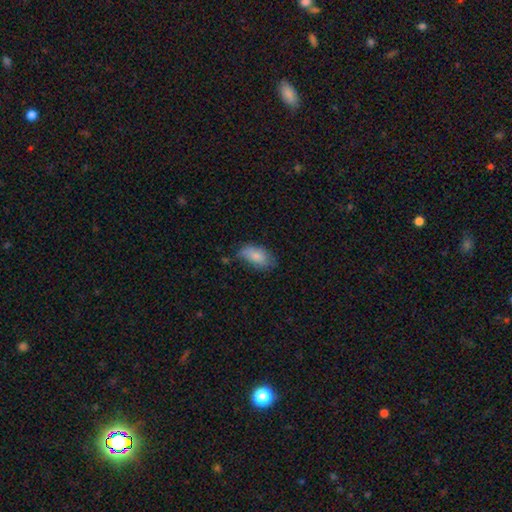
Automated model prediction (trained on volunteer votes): Smooth or featured? Predicted: smooth (p=0.83). How rounded? Predicted: in between (p=0.93). Merging? Predicted: none (p=0.60).